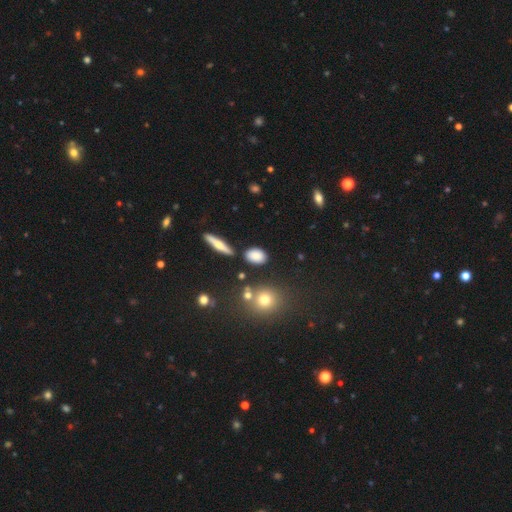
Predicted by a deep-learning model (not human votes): A smooth galaxy with no disk features (82%) that is in between round and cigar-shaped (80%).

Vote fractions:
- Smooth or featured? smooth: 82% / star or artifact: 9% / featured or disk: 9%
- How rounded? in between: 80% / round: 16% / cigar-shaped: 4%
- Merging? none: 82% / minor disturbance: 11% / merger: 4% / major disturbance: 3%